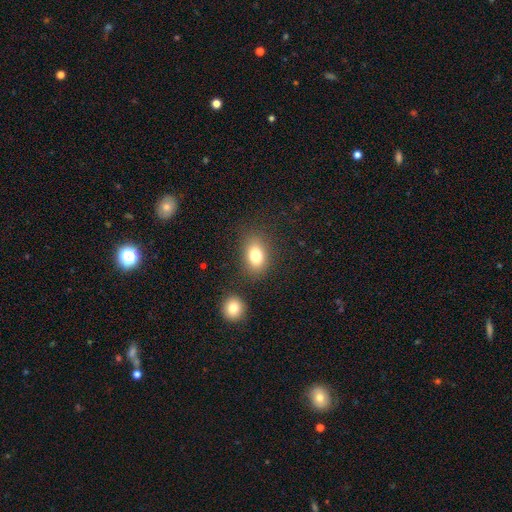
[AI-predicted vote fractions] smooth-or-featured: smooth: 79% | star or artifact: 11% | featured or disk: 10%
  how-rounded: in between: 76% | round: 23% | cigar-shaped: 2%
  merging: none: 77% | minor disturbance: 12% | merger: 7% | major disturbance: 5%